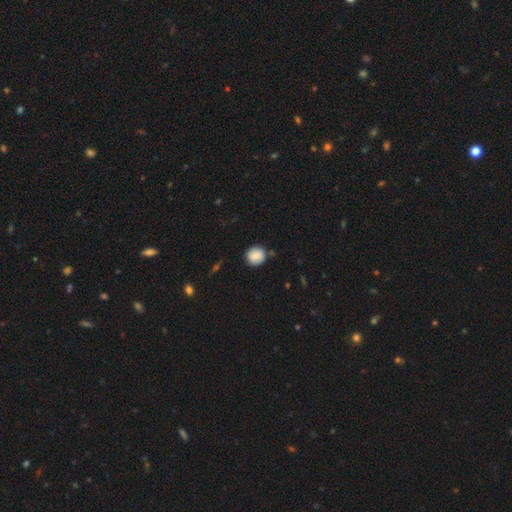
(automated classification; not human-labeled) Smooth or featured?
  - smooth: 86% *
  - star or artifact: 8%
  - featured or disk: 6%
How rounded?
  - round: 90% *
  - in between: 9%
  - cigar-shaped: 1%
Merging?
  - none: 82% *
  - minor disturbance: 12%
  - merger: 3%
  - major disturbance: 3%